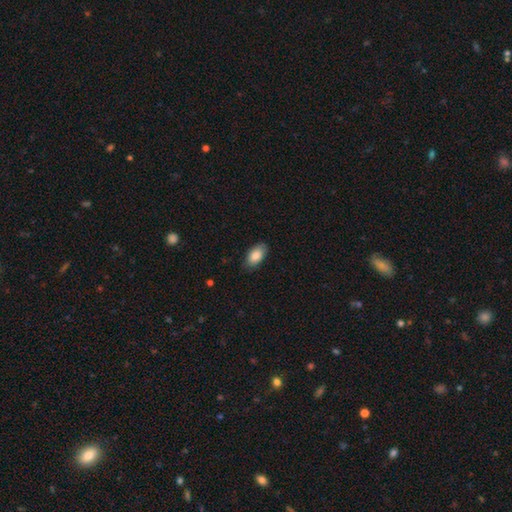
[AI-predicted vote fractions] Smooth or featured? smooth (85%)
How rounded? in between (94%)
Merging? none (83%)